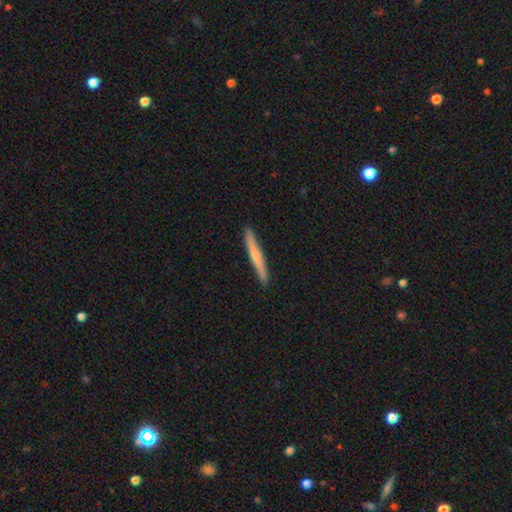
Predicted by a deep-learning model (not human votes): Overall: smooth (50%; featured or disk 45%). Merging: none (90%).